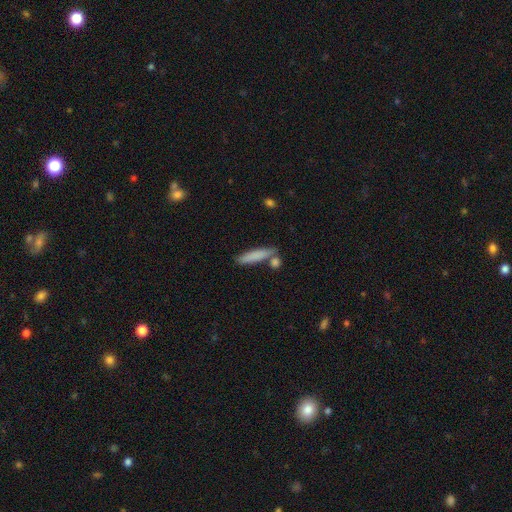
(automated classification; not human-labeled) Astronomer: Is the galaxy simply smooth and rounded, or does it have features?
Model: smooth — 80%.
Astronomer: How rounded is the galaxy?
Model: cigar-shaped — 83%.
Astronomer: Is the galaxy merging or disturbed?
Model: none — 71%.